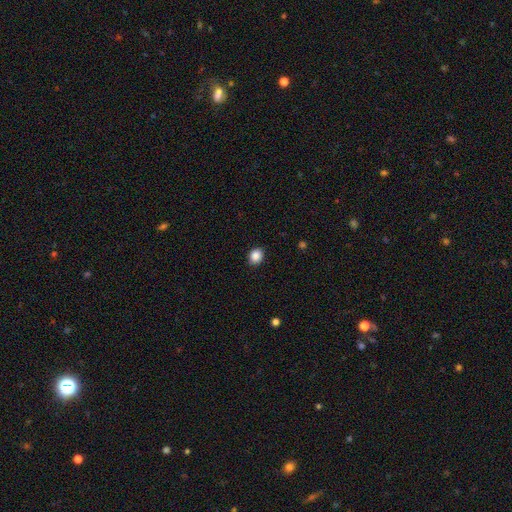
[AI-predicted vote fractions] Smooth or featured: smooth — 88% (star or artifact — 9%)
How rounded: round — 56% (in between — 43%)
Merging: none — 90% (minor disturbance — 7%)